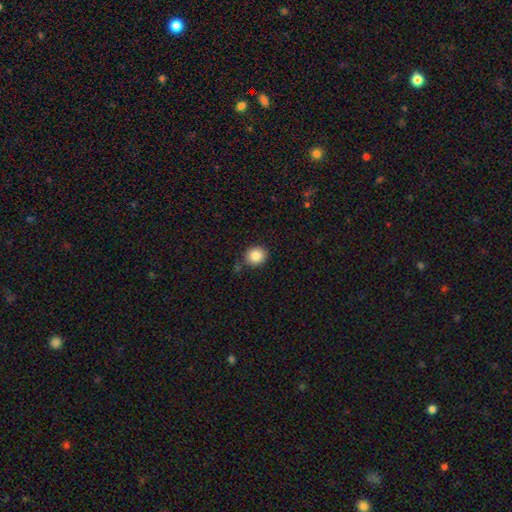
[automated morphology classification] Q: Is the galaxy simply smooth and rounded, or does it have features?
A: smooth — 87%.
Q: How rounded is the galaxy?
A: round — 83%.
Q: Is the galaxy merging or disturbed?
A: none — 82%.